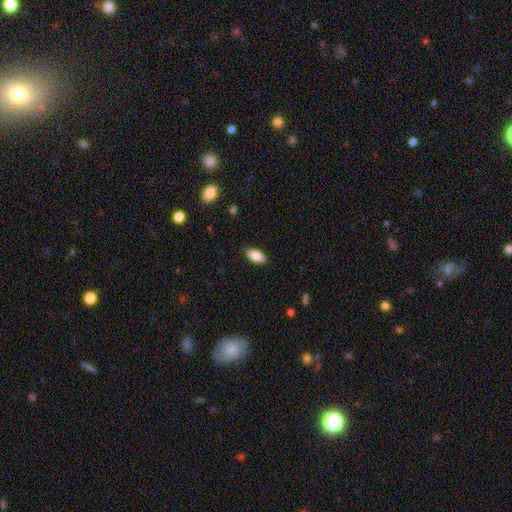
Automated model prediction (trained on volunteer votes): Smooth or featured: smooth — 82% (featured or disk — 11%)
How rounded: in between — 89% (cigar-shaped — 8%)
Merging: none — 87% (minor disturbance — 10%)